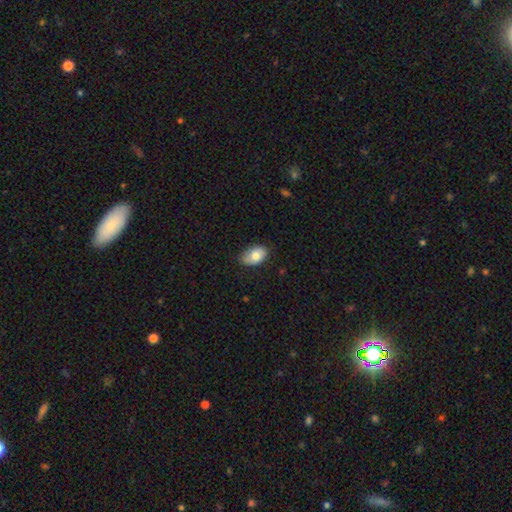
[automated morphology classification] type=smooth (78%); roundness=in between (90%); merging=none (73%).